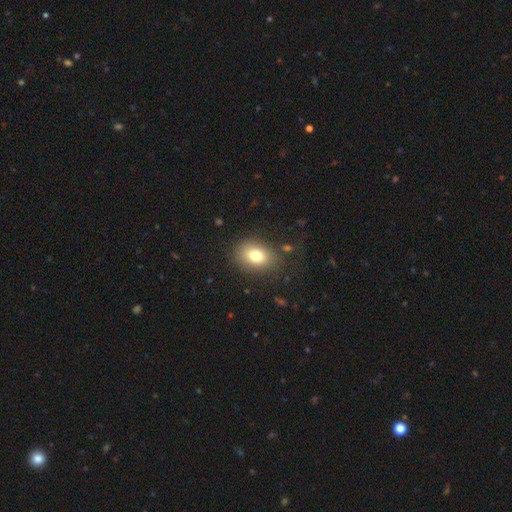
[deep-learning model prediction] smooth 77%, featured or disk 12%, star or artifact 11%. Down the decision tree: how rounded — in between (70%); merging — none (80%).